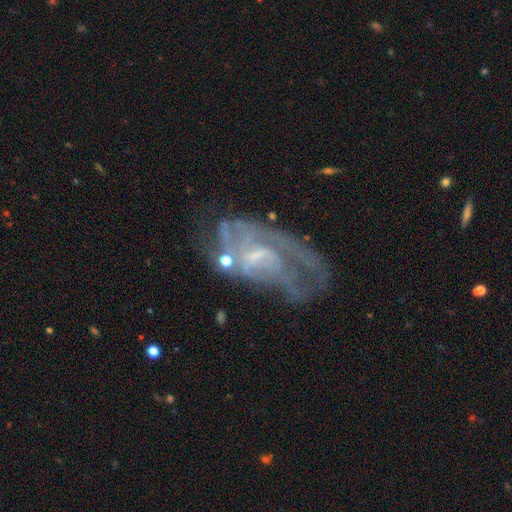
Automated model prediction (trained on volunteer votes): A featured or disk galaxy (78%) with a weak bar (47%), medium (40%) spiral arms (77%) and a small central bulge (51%). Merging: none (41%).